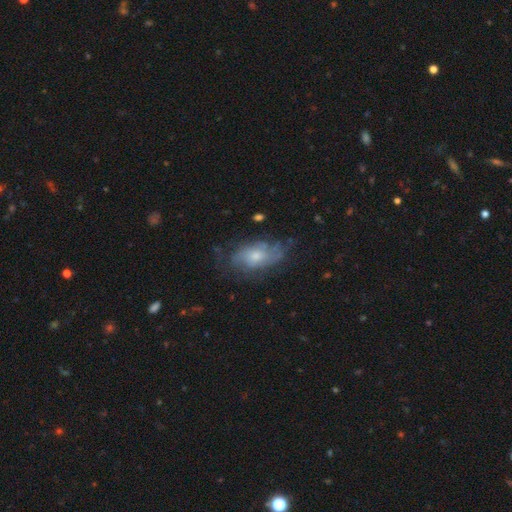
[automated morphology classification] Q: Smooth or featured?
A: featured or disk (60%); runner-up: smooth (31%)
Q: Edge-on disk?
A: no (92%); runner-up: yes (8%)
Q: Bar?
A: no (77%); runner-up: weak (20%)
Q: Spiral arms?
A: yes (78%); runner-up: no (22%)
Q: Bulge size?
A: moderate (52%); runner-up: small (38%)
Q: Merging?
A: none (61%); runner-up: minor disturbance (25%)